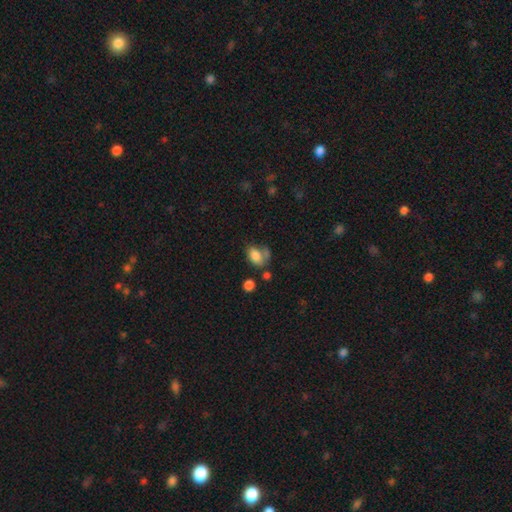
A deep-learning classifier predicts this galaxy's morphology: Smooth or featured? smooth (78%)
How rounded? in between (82%)
Merging? none (38%)